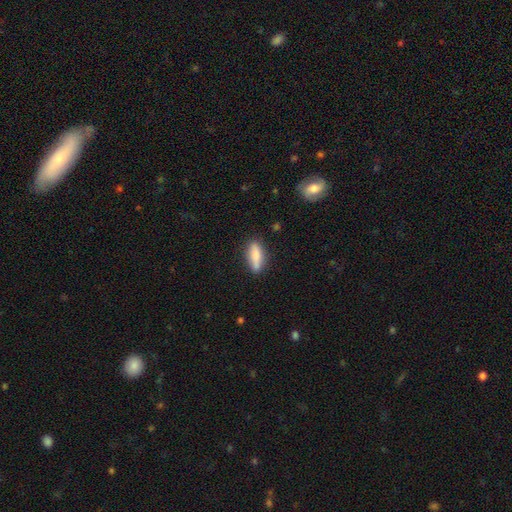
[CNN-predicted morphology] A smooth galaxy with no disk features (76%) that is cigar-shaped (52%). Merging: none (79%).